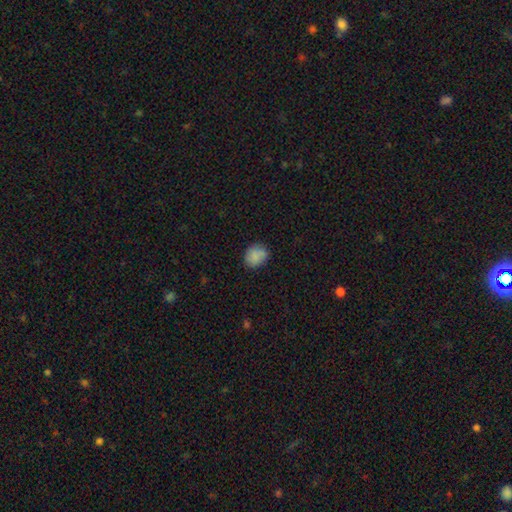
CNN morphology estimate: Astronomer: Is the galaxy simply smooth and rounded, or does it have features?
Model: smooth — 82%.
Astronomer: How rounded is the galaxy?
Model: round — 67%.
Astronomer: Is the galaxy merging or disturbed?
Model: none — 73%.